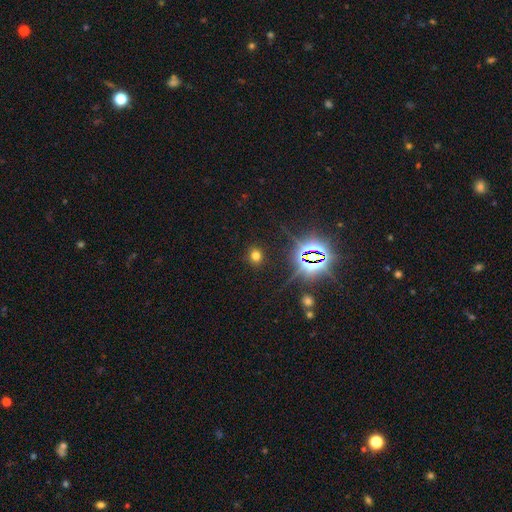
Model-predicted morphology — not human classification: Smooth or featured?
  - smooth: 62% *
  - star or artifact: 30%
  - featured or disk: 8%
How rounded?
  - round: 69% *
  - in between: 29%
  - cigar-shaped: 1%
Merging?
  - none: 87% *
  - minor disturbance: 8%
  - major disturbance: 3%
  - merger: 2%